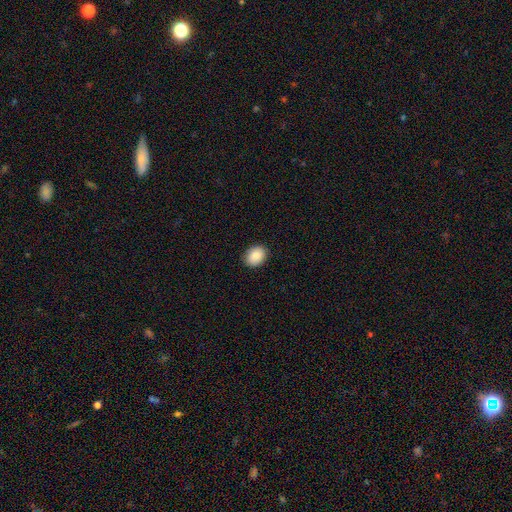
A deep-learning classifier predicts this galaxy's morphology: type=smooth (87%); roundness=in between (56%); merging=none (89%).